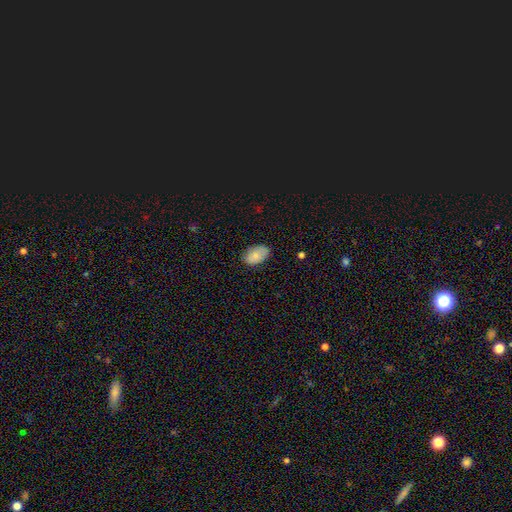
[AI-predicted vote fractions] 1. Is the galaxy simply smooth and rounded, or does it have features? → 78% smooth, 15% featured or disk, 8% star or artifact.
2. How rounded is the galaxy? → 90% in between, 8% round, 1% cigar-shaped.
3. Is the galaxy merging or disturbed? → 78% none, 17% minor disturbance, 3% major disturbance, 1% merger.